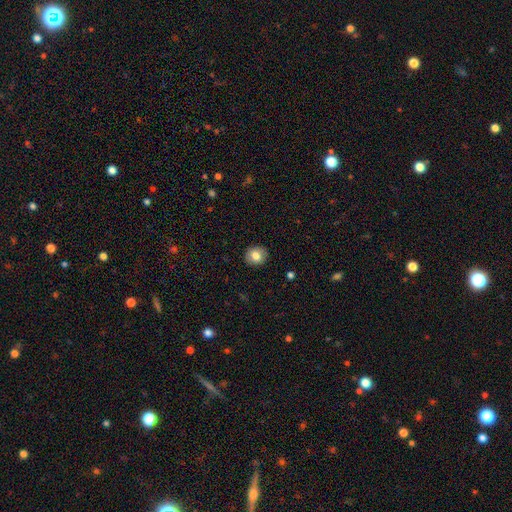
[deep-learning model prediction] Smooth or featured? smooth (79%)
How rounded? round (80%)
Merging? none (90%)